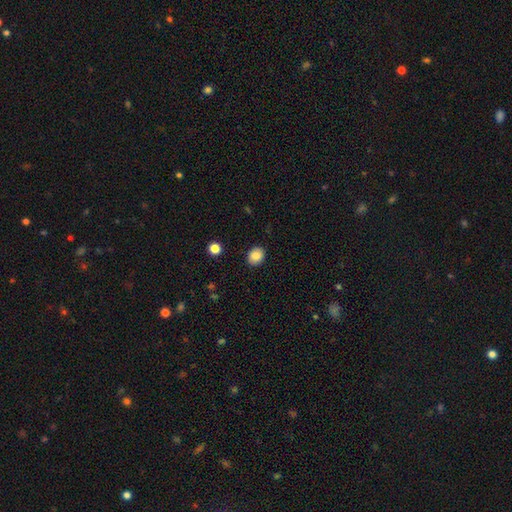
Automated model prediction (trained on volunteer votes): smooth_or_featured: smooth (p=0.87) [alt: star or artifact p=0.09]
how_rounded: round (p=0.58) [alt: in between p=0.41]
merging: none (p=0.89) [alt: minor disturbance p=0.08]